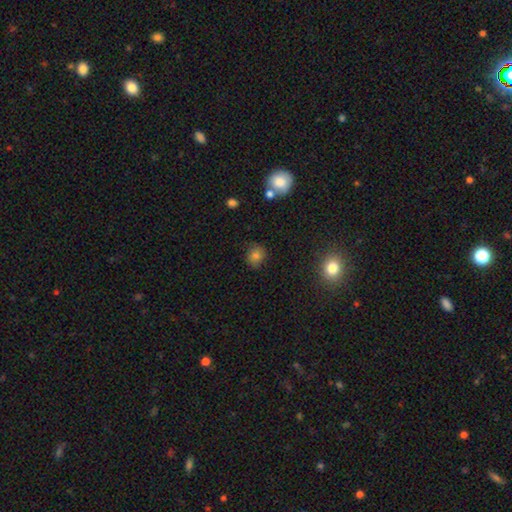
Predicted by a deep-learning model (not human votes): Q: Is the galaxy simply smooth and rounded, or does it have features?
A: smooth — 76%.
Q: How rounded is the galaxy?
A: round — 73%.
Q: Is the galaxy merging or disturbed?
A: none — 82%.